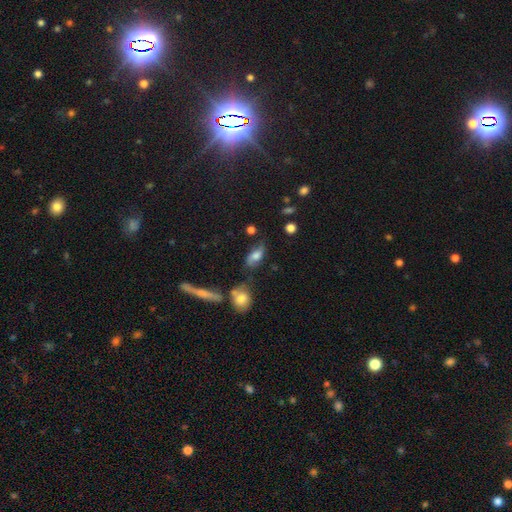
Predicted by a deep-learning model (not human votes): A smooth galaxy with no disk features (53%) that is in between round and cigar-shaped (82%).

Vote fractions:
- Smooth or featured? smooth: 53% / featured or disk: 37% / star or artifact: 10%
- How rounded? in between: 82% / round: 9% / cigar-shaped: 9%
- Merging? none: 55% / minor disturbance: 26% / major disturbance: 12% / merger: 7%